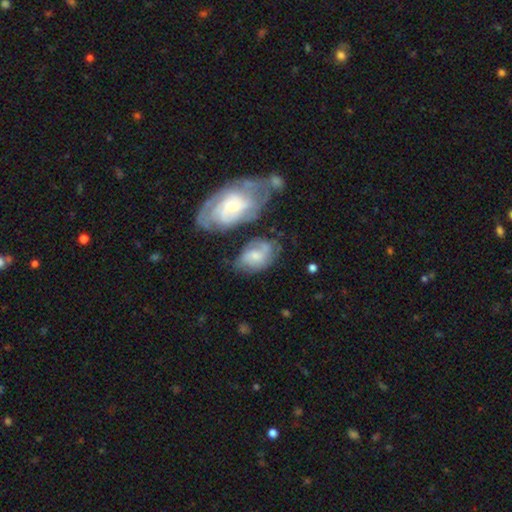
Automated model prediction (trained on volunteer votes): Q: Smooth or featured?
A: featured or disk (55%); runner-up: smooth (38%)
Q: Edge-on disk?
A: no (96%); runner-up: yes (4%)
Q: Bar?
A: no (63%); runner-up: weak (32%)
Q: Spiral arms?
A: yes (79%); runner-up: no (21%)
Q: Bulge size?
A: small (45%); runner-up: moderate (41%)
Q: Merging?
A: none (48%); runner-up: minor disturbance (23%)